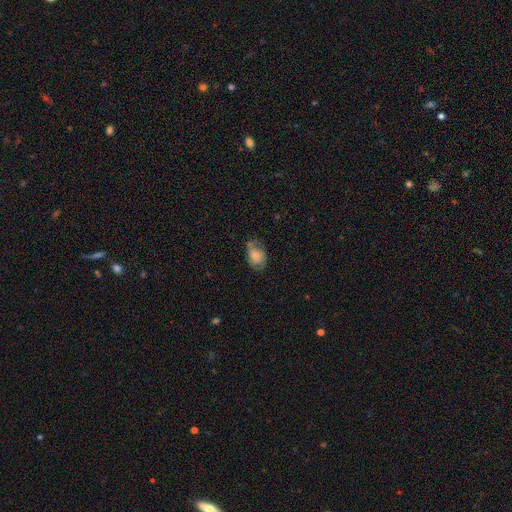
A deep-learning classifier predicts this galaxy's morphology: smooth 54%, featured or disk 37%, star or artifact 9%. Down the decision tree: how rounded — in between (82%); merging — none (51%).